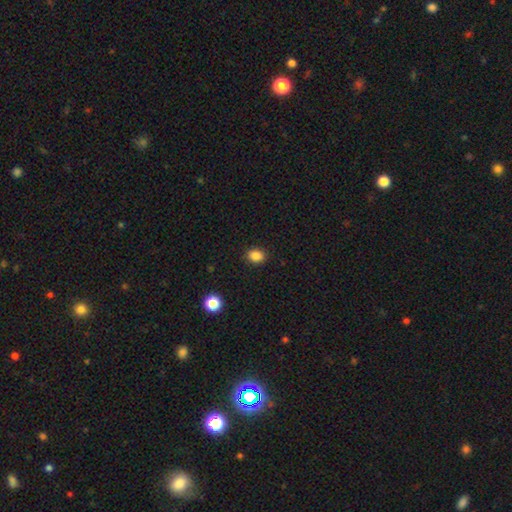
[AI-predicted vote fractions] Smooth or featured: smooth — 85% (star or artifact — 11%)
How rounded: round — 50% (in between — 49%)
Merging: none — 90% (minor disturbance — 7%)